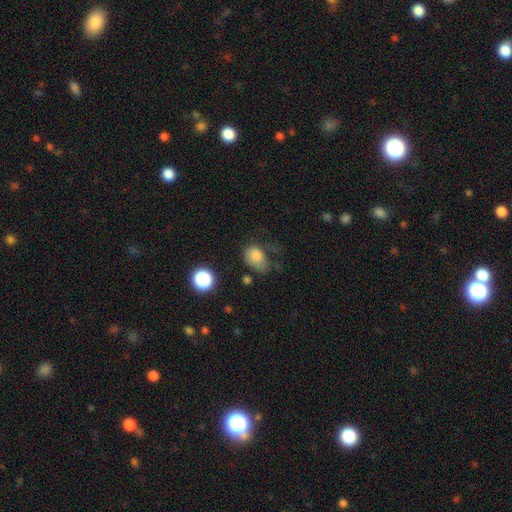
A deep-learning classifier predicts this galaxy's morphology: This is likely a smooth galaxy (79%). How rounded: likely in between (69%). Merging: marginally none (35%).